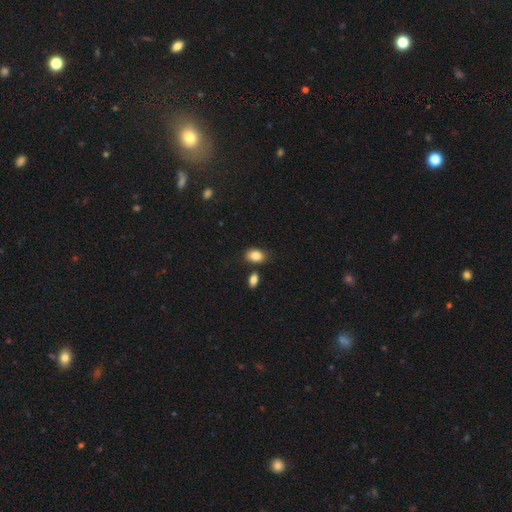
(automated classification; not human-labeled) Overall: smooth (85%). How rounded: in between (81%). Merging: none (77%).